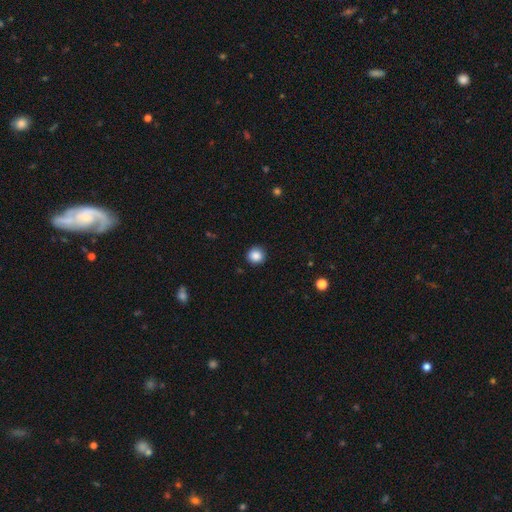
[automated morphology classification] Q: Smooth or featured?
A: smooth (87%); runner-up: star or artifact (10%)
Q: How rounded?
A: round (94%); runner-up: in between (5%)
Q: Merging?
A: none (92%); runner-up: minor disturbance (6%)